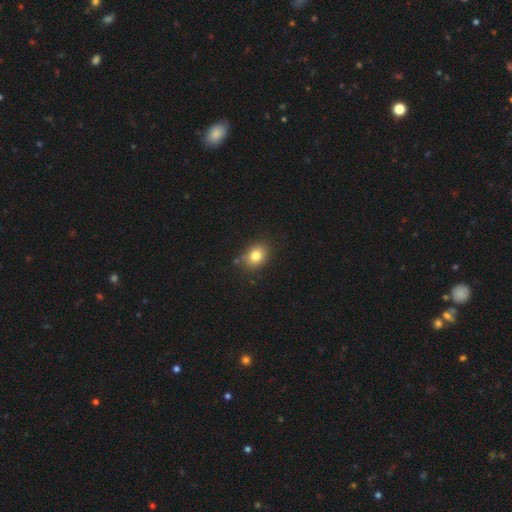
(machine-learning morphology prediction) Smooth or featured?
  - smooth: 80% *
  - star or artifact: 10%
  - featured or disk: 9%
How rounded?
  - in between: 62% *
  - round: 37%
  - cigar-shaped: 1%
Merging?
  - none: 80% *
  - minor disturbance: 13%
  - merger: 4%
  - major disturbance: 3%